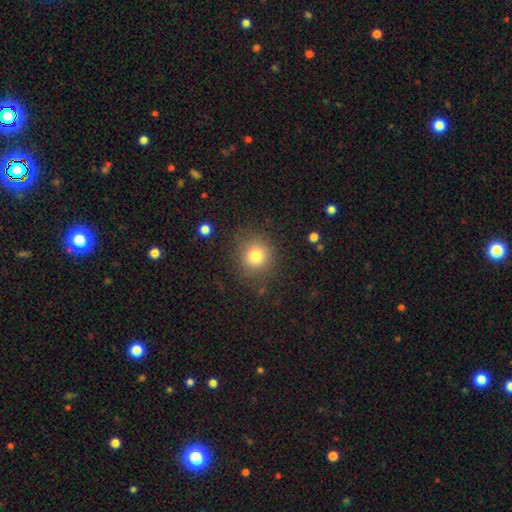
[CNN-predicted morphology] The model was most divided on "smooth or featured": smooth: 79%, star or artifact: 13%, featured or disk: 8%. More confident: how rounded — round (88%); merging — none (83%).